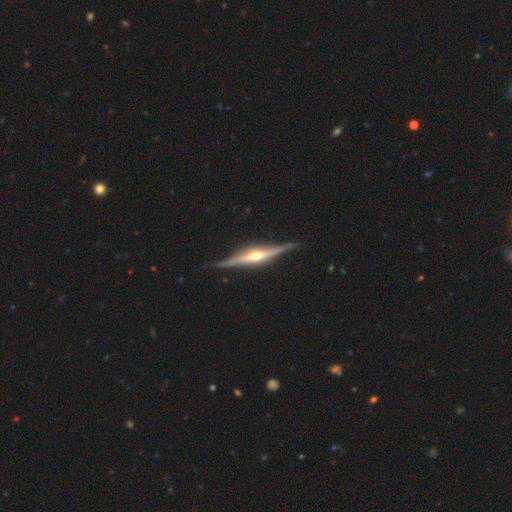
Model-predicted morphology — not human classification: This is clearly a featured or disk galaxy (84%). It is clearly viewed edge-on (97%). Edge-on bulge: clearly rounded (83%). Merging: clearly none (84%).